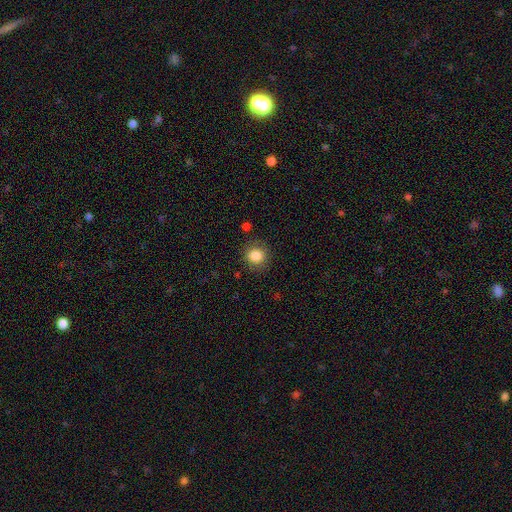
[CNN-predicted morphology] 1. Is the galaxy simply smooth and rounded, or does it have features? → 85% smooth, 10% star or artifact, 5% featured or disk.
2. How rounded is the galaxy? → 85% round, 14% in between, 1% cigar-shaped.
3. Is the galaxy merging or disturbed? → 85% none, 10% minor disturbance, 3% major disturbance, 2% merger.